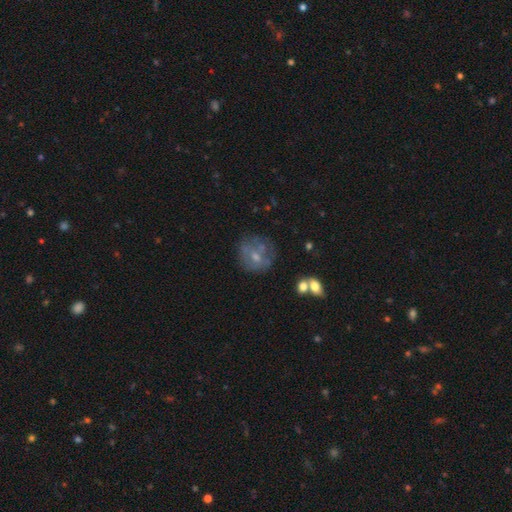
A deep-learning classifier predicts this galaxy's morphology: A smooth galaxy with no disk features (49%). Merging: none (53%).